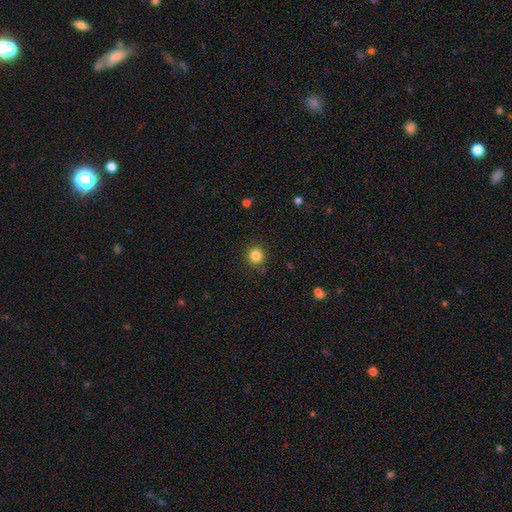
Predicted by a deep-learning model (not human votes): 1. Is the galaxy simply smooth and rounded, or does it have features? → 84% smooth, 11% star or artifact, 5% featured or disk.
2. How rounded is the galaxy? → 93% round, 6% in between, 1% cigar-shaped.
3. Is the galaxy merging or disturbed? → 88% none, 8% minor disturbance, 2% major disturbance, 2% merger.